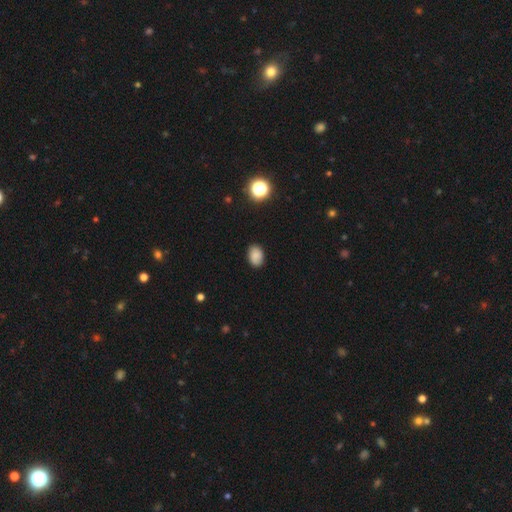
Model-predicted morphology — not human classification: Overall: smooth (85%). How rounded: in between (81%). Merging: none (87%).